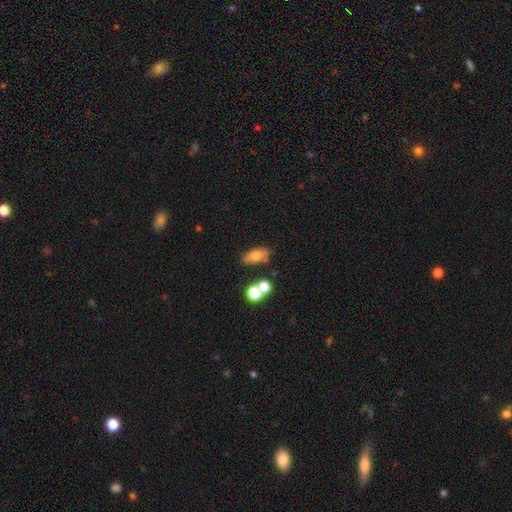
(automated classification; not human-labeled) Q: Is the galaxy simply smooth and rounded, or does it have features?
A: smooth — 71%.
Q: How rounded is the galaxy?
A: in between — 74%.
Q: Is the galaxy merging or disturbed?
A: none — 68%.